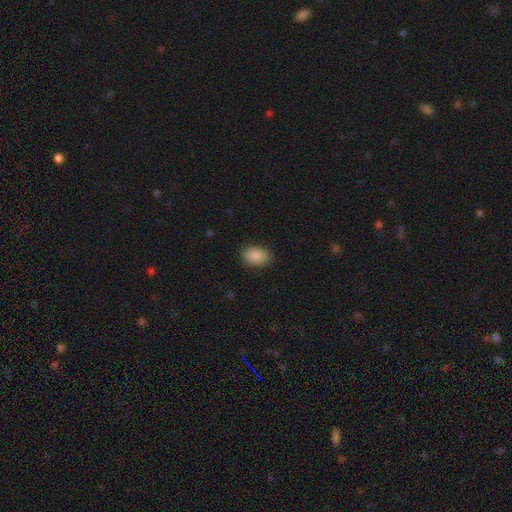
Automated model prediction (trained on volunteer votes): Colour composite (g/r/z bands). It shows a smooth galaxy with no disk features (86%) that is in between round and cigar-shaped (79%). Merging: none (87%).